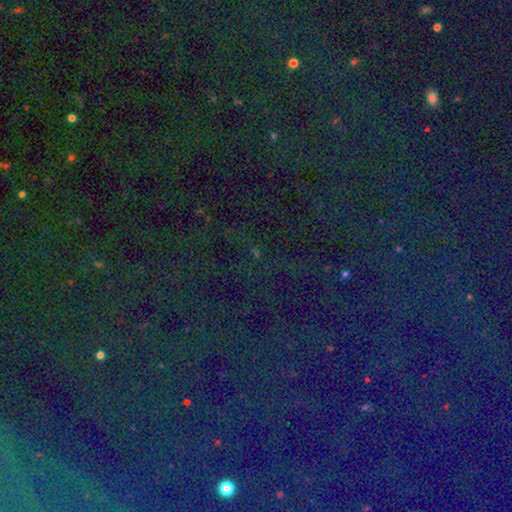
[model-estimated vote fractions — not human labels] Q: Smooth or featured?
A: star or artifact (82%); runner-up: smooth (10%)